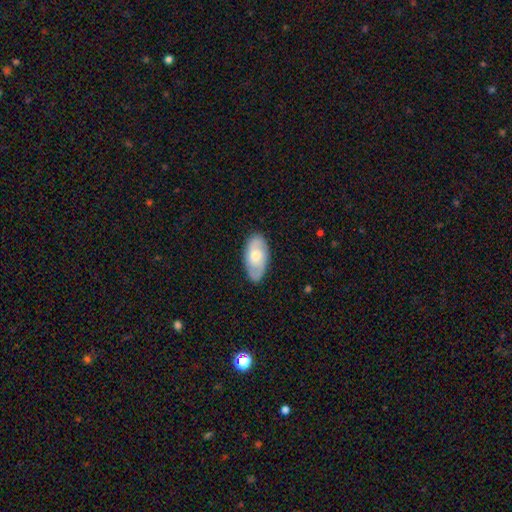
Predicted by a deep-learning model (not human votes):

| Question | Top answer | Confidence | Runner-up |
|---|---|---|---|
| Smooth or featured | smooth | 53% | featured or disk (41%) |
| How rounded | in between | 93% | round (4%) |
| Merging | none | 82% | minor disturbance (14%) |